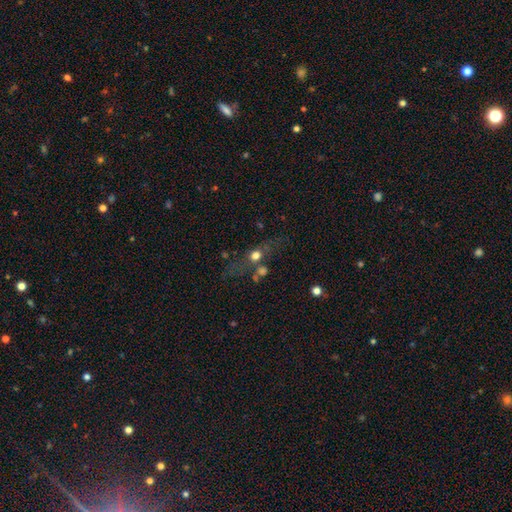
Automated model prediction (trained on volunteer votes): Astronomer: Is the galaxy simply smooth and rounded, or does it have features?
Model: smooth — 50% (runner-up: featured or disk, 30%).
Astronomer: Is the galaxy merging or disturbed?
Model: none — 49% (runner-up: merger, 25%).